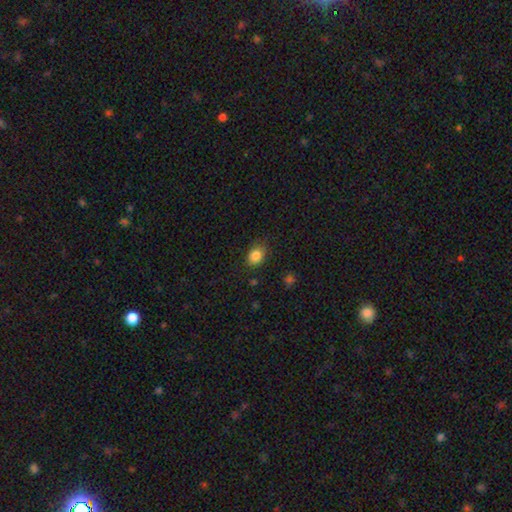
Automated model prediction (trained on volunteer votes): A smooth galaxy with no disk features (85%) that is in between round and cigar-shaped (65%).

Vote fractions:
- Smooth or featured? smooth: 85% / star or artifact: 9% / featured or disk: 5%
- How rounded? in between: 65% / round: 34% / cigar-shaped: 1%
- Merging? none: 78% / minor disturbance: 17% / major disturbance: 4% / merger: 1%